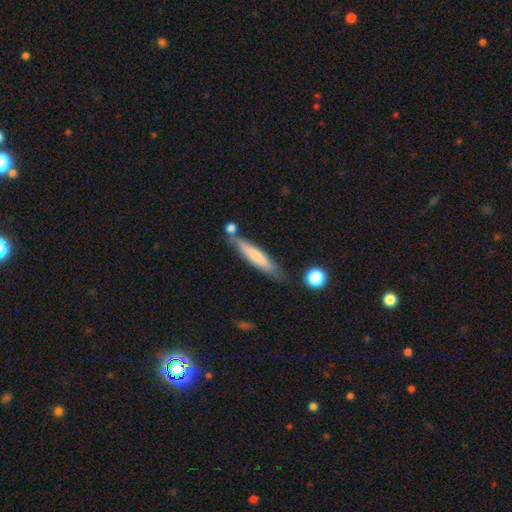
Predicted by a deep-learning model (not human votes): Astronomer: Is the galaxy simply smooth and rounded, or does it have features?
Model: smooth — 65%.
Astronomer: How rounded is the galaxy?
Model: cigar-shaped — 90%.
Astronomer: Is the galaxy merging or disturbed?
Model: none — 71%.